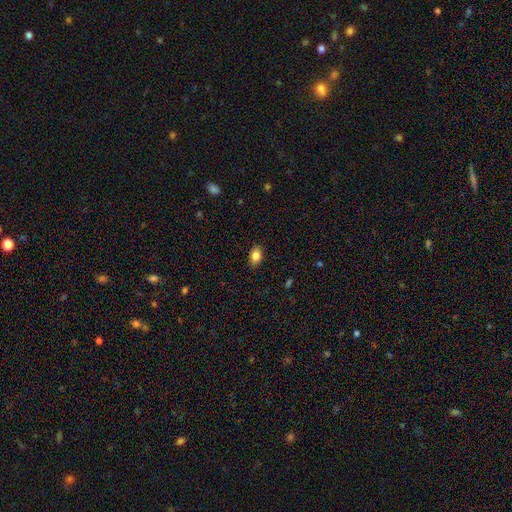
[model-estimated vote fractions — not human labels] Q: Smooth or featured?
A: smooth (84%); runner-up: star or artifact (9%)
Q: How rounded?
A: in between (82%); runner-up: round (17%)
Q: Merging?
A: none (86%); runner-up: minor disturbance (11%)